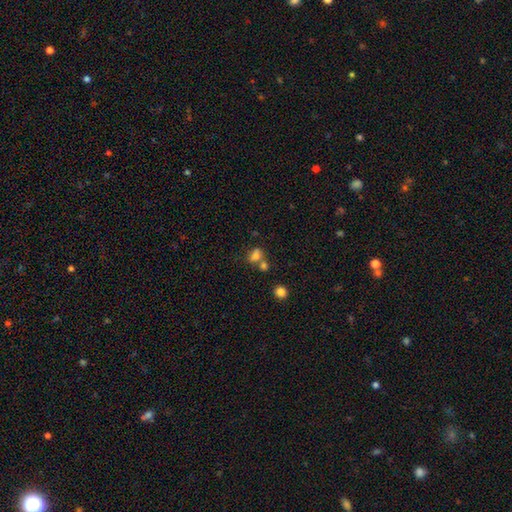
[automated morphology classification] A smooth galaxy with no disk features (74%) that is in between round and cigar-shaped (60%). Merging: merger (43%).